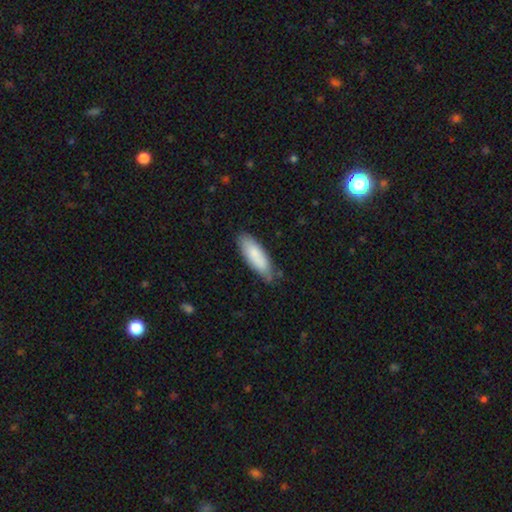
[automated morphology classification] Smooth or featured: smooth — 82% (featured or disk — 12%)
How rounded: in between — 63% (cigar-shaped — 35%)
Merging: none — 72% (minor disturbance — 22%)